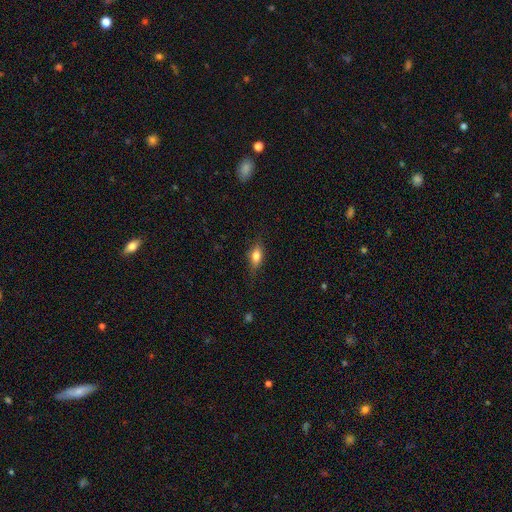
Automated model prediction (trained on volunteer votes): A smooth galaxy with no disk features (72%) that is in between round and cigar-shaped (75%).

Vote fractions:
- Smooth or featured? smooth: 72% / featured or disk: 19% / star or artifact: 8%
- How rounded? in between: 75% / cigar-shaped: 18% / round: 7%
- Merging? none: 78% / minor disturbance: 17% / major disturbance: 4% / merger: 1%